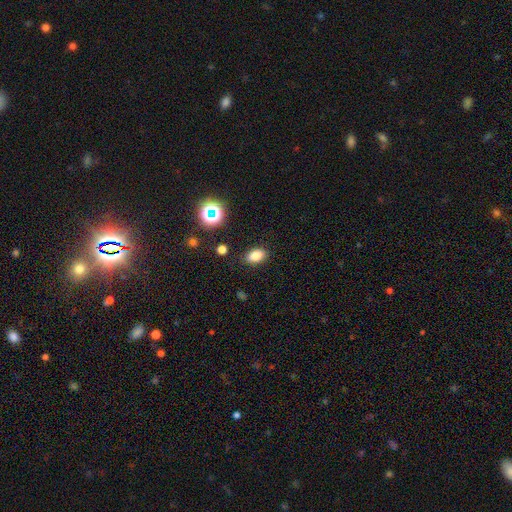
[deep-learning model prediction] This is likely a smooth galaxy (79%). How rounded: clearly in between (86%). Merging: clearly none (86%).